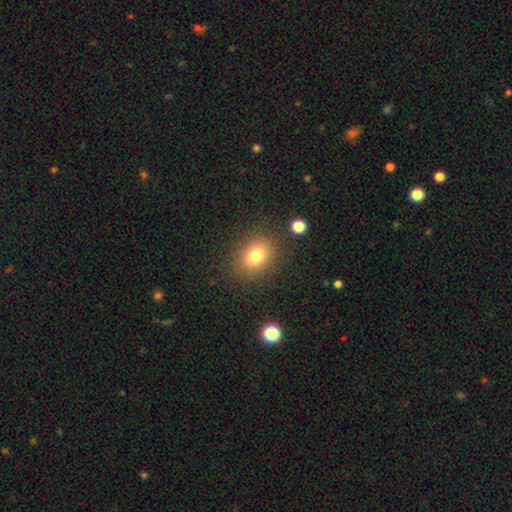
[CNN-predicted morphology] This appears to be a smooth galaxy with no disk features (78%) that is in between round and cigar-shaped (53%). Merging: none (84%).